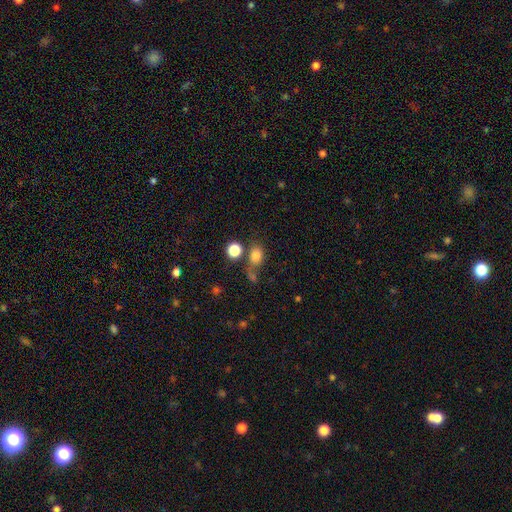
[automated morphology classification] Smooth or featured? Predicted: smooth (p=0.80). How rounded? Predicted: in between (p=0.57). Merging? Predicted: none (p=0.55).